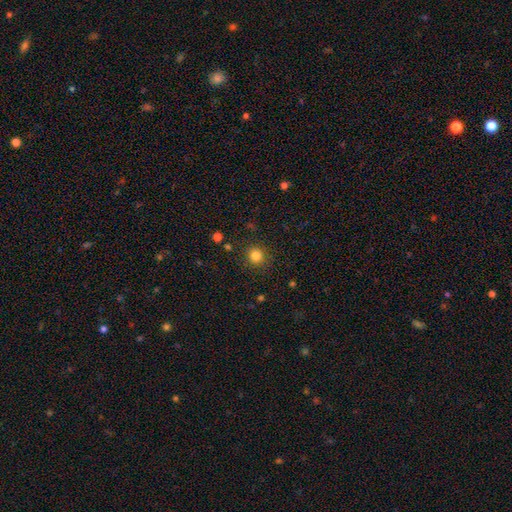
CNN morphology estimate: smooth 83%, star or artifact 13%, featured or disk 5%. Down the decision tree: how rounded — round (91%); merging — none (90%).